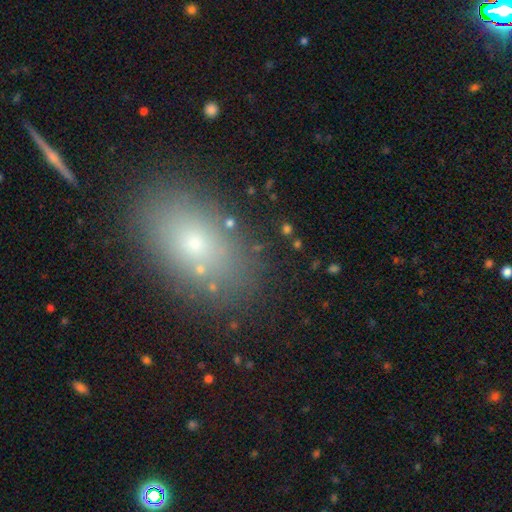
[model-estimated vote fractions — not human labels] Morphology: type=smooth (69%); roundness=in between (84%); merging=none (84%).